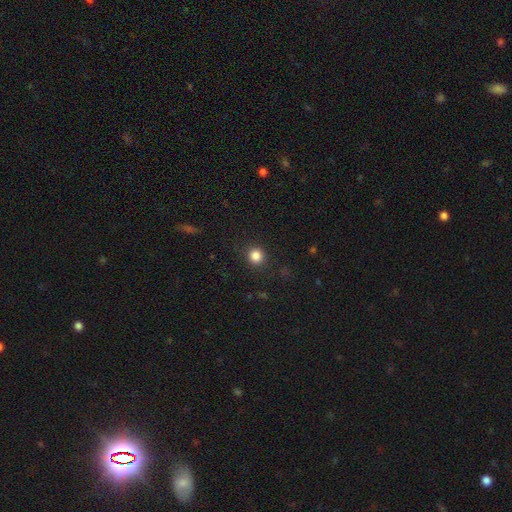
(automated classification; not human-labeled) This appears to be a smooth galaxy with no disk features (85%) that is round (88%). Merging: none (89%).